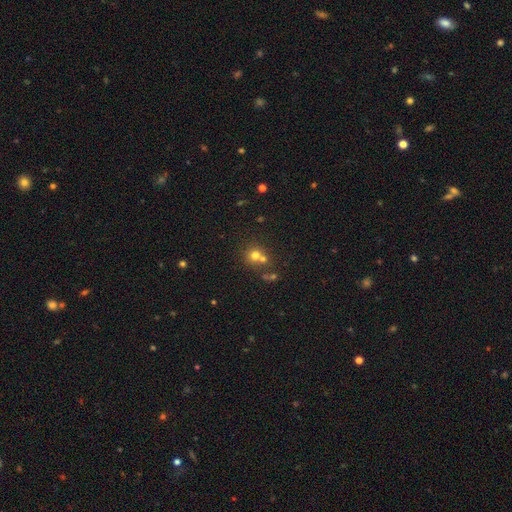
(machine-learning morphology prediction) The model was most divided on "merging": none: 48%, merger: 41%, minor disturbance: 7%, major disturbance: 4%. More confident: how rounded — round (86%); smooth or featured — smooth (69%).